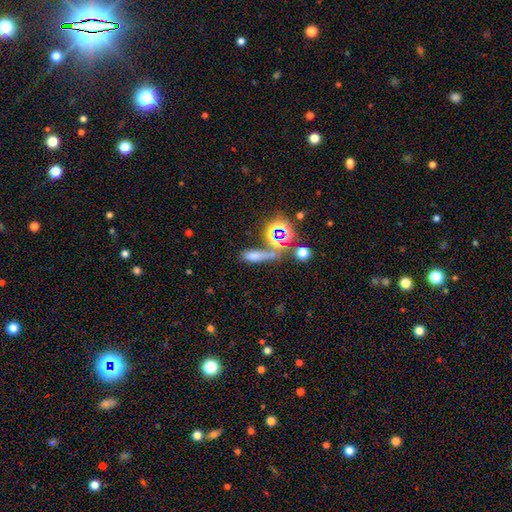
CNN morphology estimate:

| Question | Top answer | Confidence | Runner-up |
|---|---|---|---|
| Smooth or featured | smooth | 58% | star or artifact (29%) |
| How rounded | cigar-shaped | 43% | tied: in between (43%) |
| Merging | none | 48% | merger (28%) |